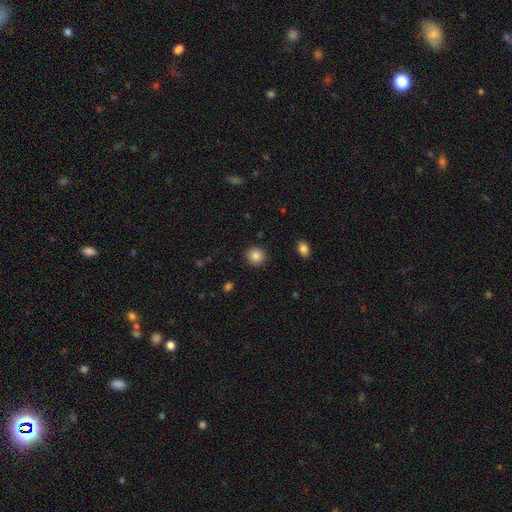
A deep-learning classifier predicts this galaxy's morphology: type=smooth (86%); roundness=round (91%); merging=none (91%).